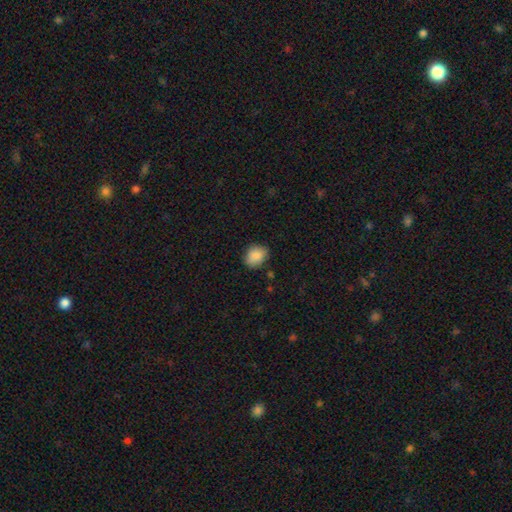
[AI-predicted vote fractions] Smooth or featured? smooth (88%)
How rounded? round (50%, tied with in between)
Merging? none (80%)